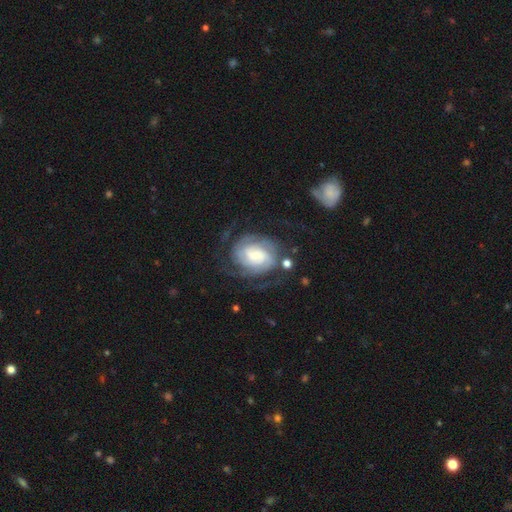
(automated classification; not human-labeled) Q: Smooth or featured?
A: featured or disk (84%); runner-up: smooth (11%)
Q: Edge-on disk?
A: no (98%); runner-up: yes (2%)
Q: Bar?
A: no (53%); runner-up: weak (36%)
Q: Spiral arms?
A: yes (96%); runner-up: no (4%)
Q: Spiral winding?
A: tight (59%); runner-up: medium (31%)
Q: Spiral arm count?
A: 2 (38%); runner-up: can't tell (25%)
Q: Bulge size?
A: small (49%); runner-up: moderate (27%)
Q: Merging?
A: none (62%); runner-up: major disturbance (18%)